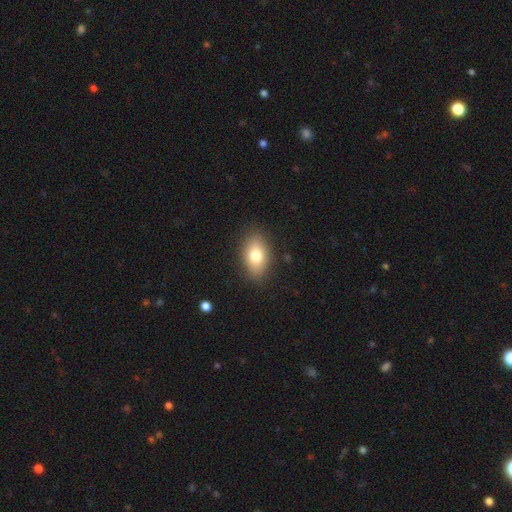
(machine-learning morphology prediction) This appears to be a smooth galaxy with no disk features (79%) that is in between round and cigar-shaped (88%). Merging: none (86%).